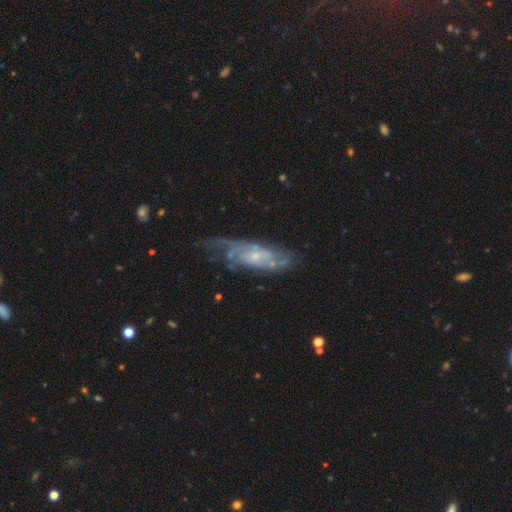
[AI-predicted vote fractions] featured or disk 80%, smooth 13%, star or artifact 7%. Down the decision tree: edge-on disk — no (85%); bar — no (60%); spiral arms — yes (89%); spiral arm count — can't tell (43%); spiral winding — tight (42%); bulge size — small (72%); merging — none (58%).